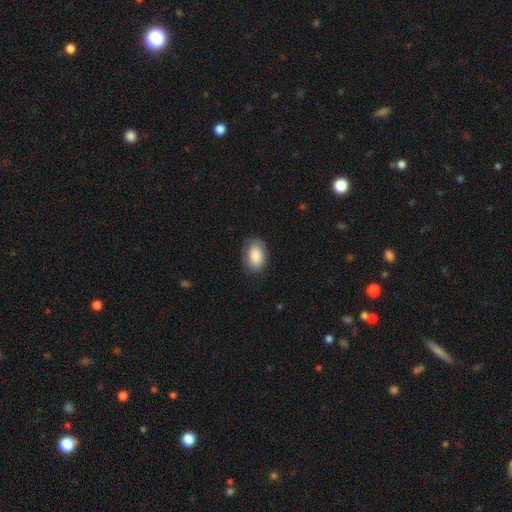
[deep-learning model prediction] This is clearly a smooth galaxy (82%). How rounded: clearly in between (88%). Merging: likely none (80%).